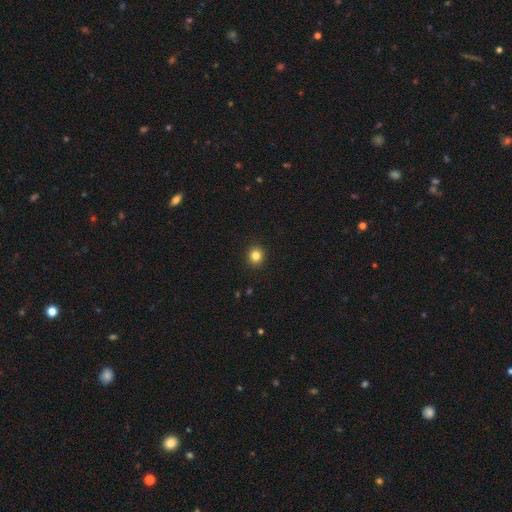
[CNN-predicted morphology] This appears to be a smooth galaxy with no disk features (83%) that is round (89%). Merging: none (93%).